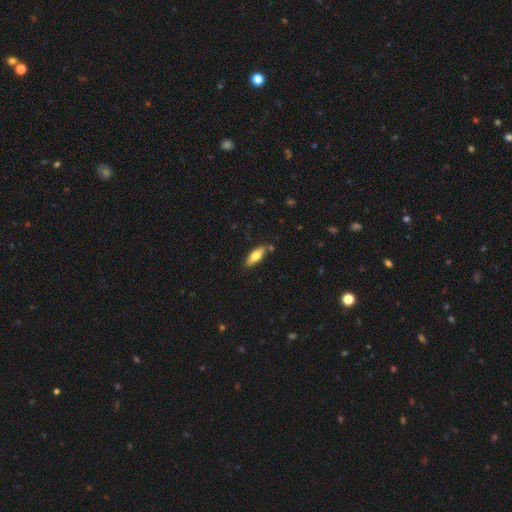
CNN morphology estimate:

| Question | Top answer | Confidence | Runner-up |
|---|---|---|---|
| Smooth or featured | smooth | 67% | featured or disk (27%) |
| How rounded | in between | 62% | cigar-shaped (36%) |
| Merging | none | 82% | minor disturbance (12%) |